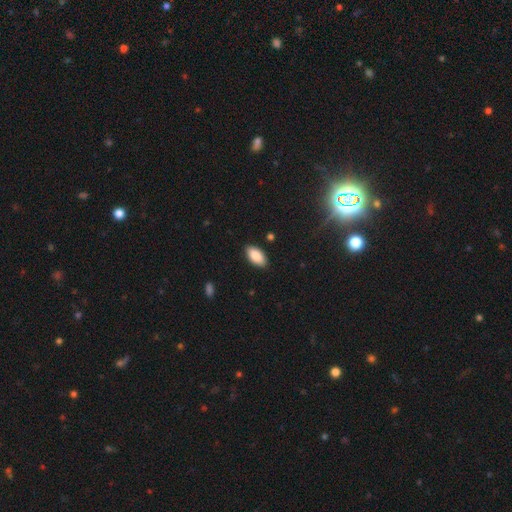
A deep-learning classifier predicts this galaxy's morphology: Q: Smooth or featured?
A: smooth (87%); runner-up: star or artifact (7%)
Q: How rounded?
A: in between (94%); runner-up: cigar-shaped (4%)
Q: Merging?
A: none (87%); runner-up: minor disturbance (9%)